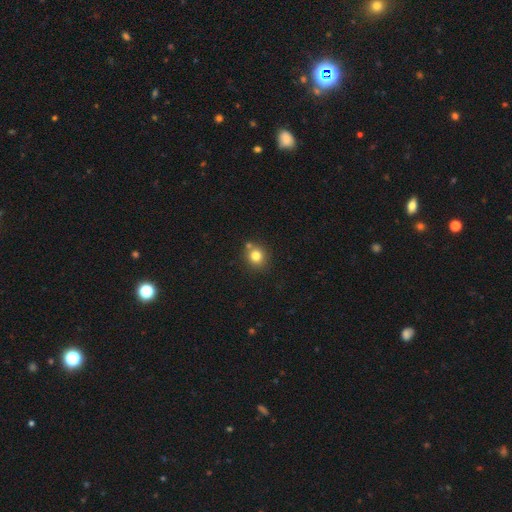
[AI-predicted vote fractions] Smooth or featured?
  - smooth: 79% *
  - star or artifact: 13%
  - featured or disk: 8%
How rounded?
  - round: 85% *
  - in between: 14%
  - cigar-shaped: 1%
Merging?
  - none: 72% *
  - merger: 15%
  - minor disturbance: 10%
  - major disturbance: 3%